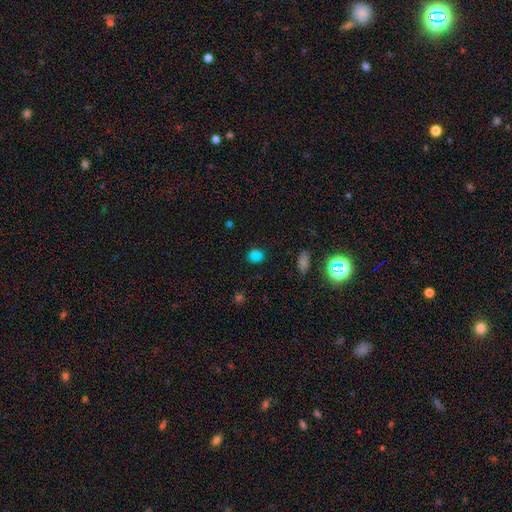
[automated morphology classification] A smooth galaxy with no disk features (69%) that is round (55%). Merging: none (77%).